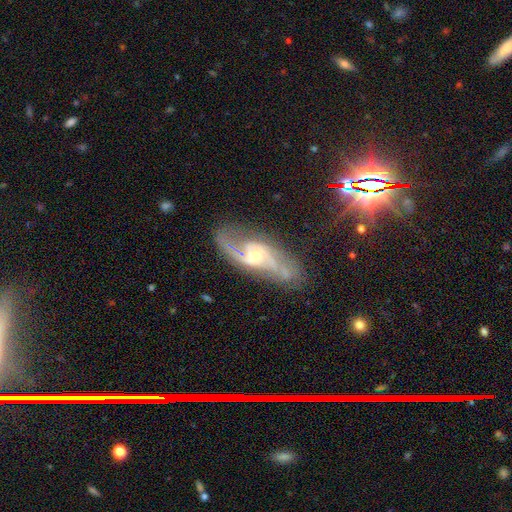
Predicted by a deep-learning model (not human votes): smooth_or_featured: featured or disk (p=0.86) [alt: smooth p=0.08]
disk_edge_on: no (p=0.92) [alt: yes p=0.08]
bar: no (p=0.51) [alt: weak p=0.40]
has_spiral_arms: yes (p=0.96) [alt: no p=0.04]
spiral_winding: medium (p=0.47) [alt: loose p=0.37]
spiral_arm_count: 2 (p=0.78) [alt: can't tell p=0.08]
bulge_size: small (p=0.47) [alt: moderate p=0.44]
merging: none (p=0.67) [alt: minor disturbance p=0.18]